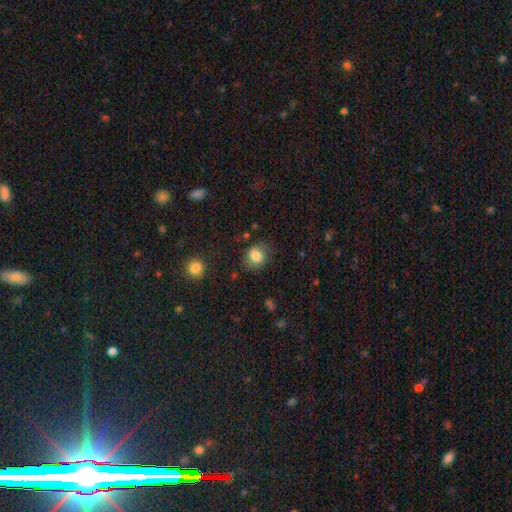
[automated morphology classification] Q: Smooth or featured?
A: smooth (79%); runner-up: featured or disk (12%)
Q: How rounded?
A: round (58%); runner-up: in between (41%)
Q: Merging?
A: none (67%); runner-up: minor disturbance (22%)